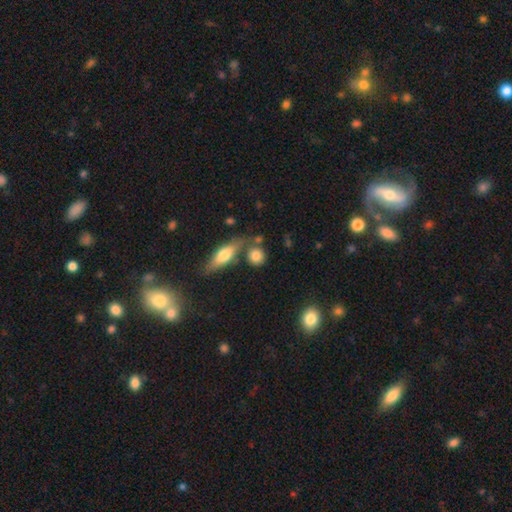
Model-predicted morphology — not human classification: A smooth galaxy with no disk features (82%) that is round (77%).

Vote fractions:
- Smooth or featured? smooth: 82% / featured or disk: 10% / star or artifact: 9%
- How rounded? round: 77% / in between: 18% / cigar-shaped: 4%
- Merging? none: 65% / merger: 18% / minor disturbance: 12% / major disturbance: 5%